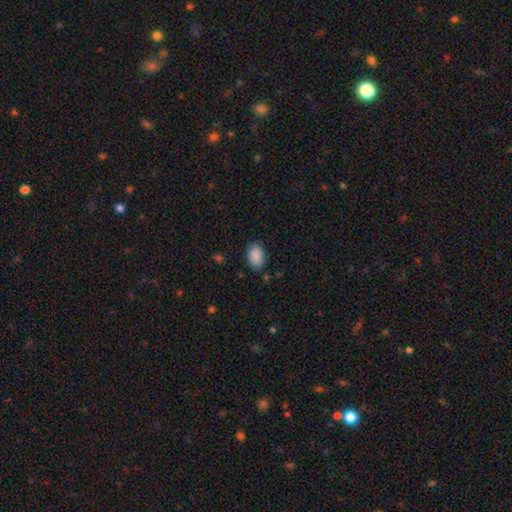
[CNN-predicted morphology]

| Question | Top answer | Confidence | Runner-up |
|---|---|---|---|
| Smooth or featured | smooth | 90% | star or artifact (7%) |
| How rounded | in between | 85% | round (14%) |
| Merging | none | 82% | minor disturbance (13%) |